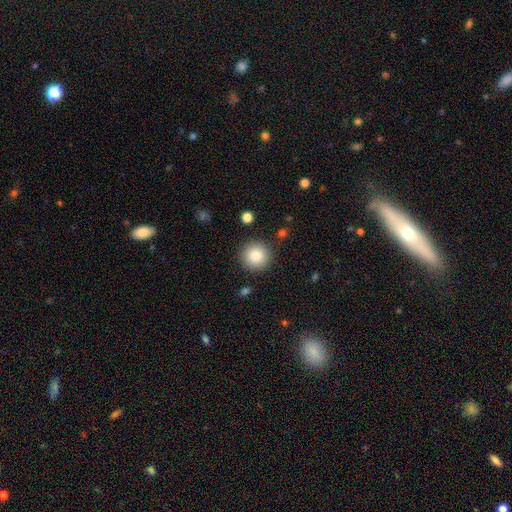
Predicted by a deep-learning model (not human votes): Overall: smooth (86%). How rounded: round (95%). Merging: none (89%).